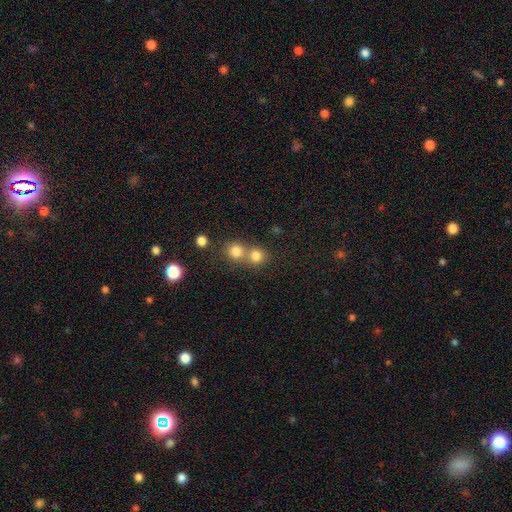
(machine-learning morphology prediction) Overall: smooth (79%). How rounded: round (89%). Merging: none (47%; merger 45%).